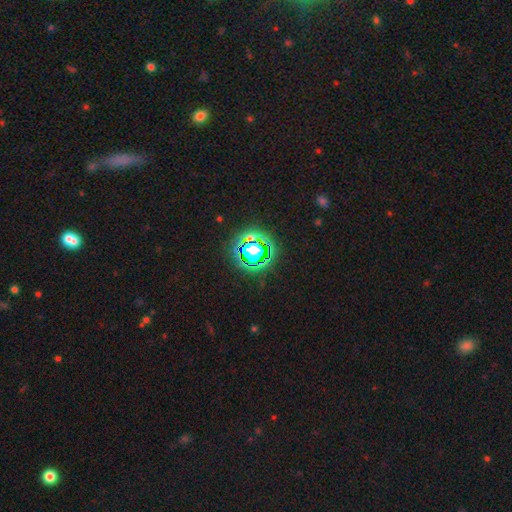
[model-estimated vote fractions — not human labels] A star or artifact, not a galaxy (76%).